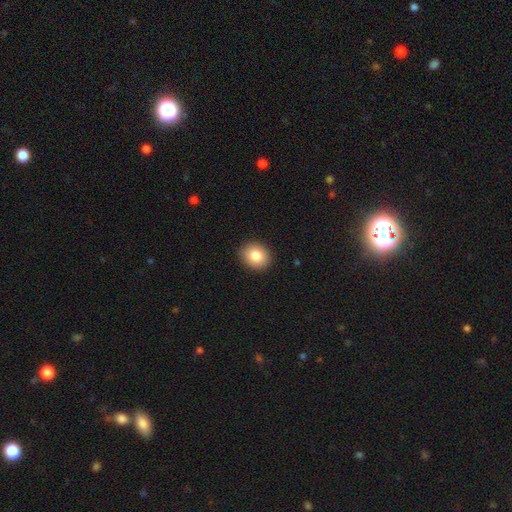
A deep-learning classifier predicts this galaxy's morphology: Smooth or featured?
  - smooth: 83% *
  - star or artifact: 9%
  - featured or disk: 8%
How rounded?
  - round: 67% *
  - in between: 32%
  - cigar-shaped: 1%
Merging?
  - none: 91% *
  - minor disturbance: 6%
  - major disturbance: 2%
  - merger: 1%